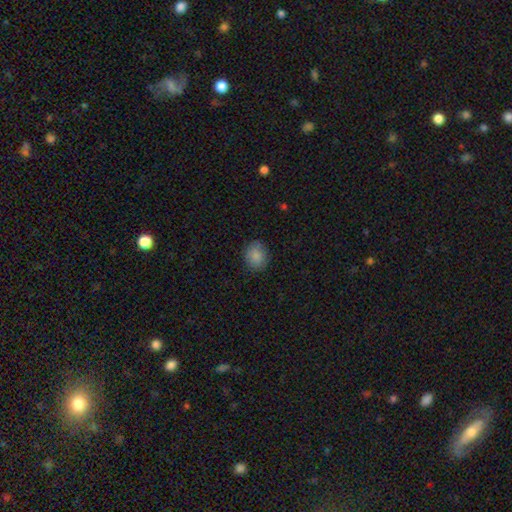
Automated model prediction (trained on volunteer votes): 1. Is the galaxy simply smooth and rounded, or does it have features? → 87% smooth, 8% star or artifact, 5% featured or disk.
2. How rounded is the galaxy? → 68% round, 31% in between, 1% cigar-shaped.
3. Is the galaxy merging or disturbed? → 85% none, 11% minor disturbance, 3% major disturbance, 1% merger.